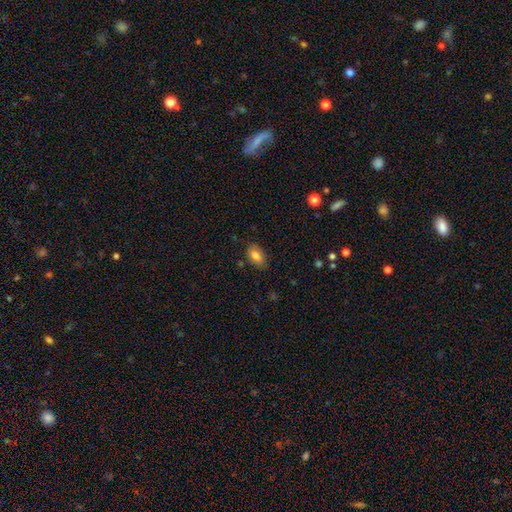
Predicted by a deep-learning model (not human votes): smooth 82%, featured or disk 10%, star or artifact 8%. Down the decision tree: how rounded — in between (91%); merging — none (80%).